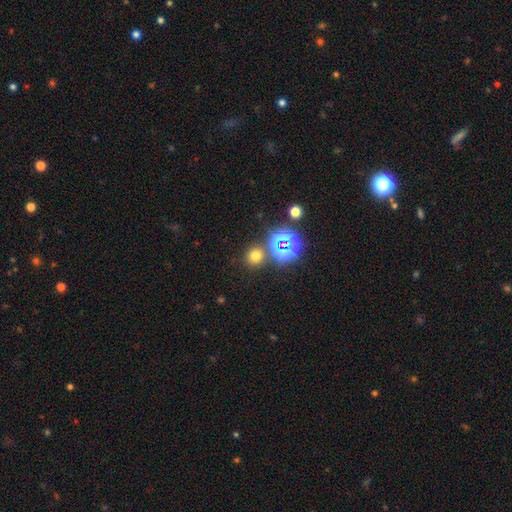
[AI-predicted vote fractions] A smooth galaxy with no disk features (66%) that is round (89%). Merging: none (82%).